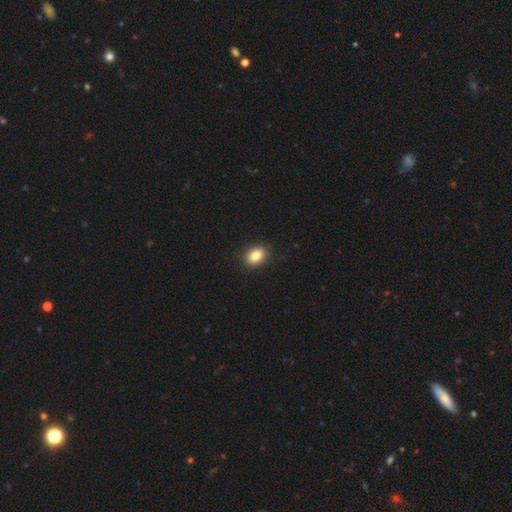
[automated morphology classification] smooth 85%, star or artifact 9%, featured or disk 6%. Down the decision tree: how rounded — in between (73%); merging — none (89%).